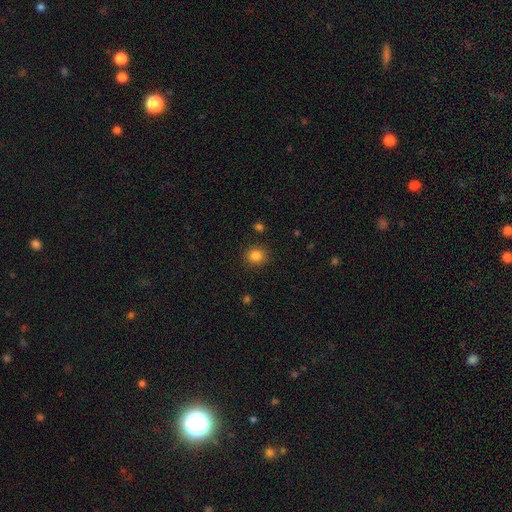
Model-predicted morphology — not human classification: type=smooth (85%); roundness=round (83%); merging=none (89%).